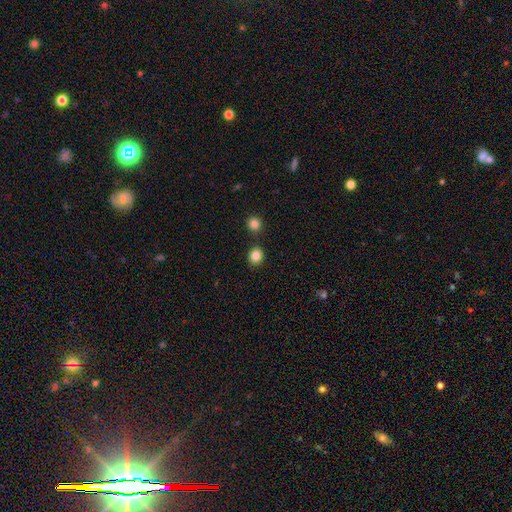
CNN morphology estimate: Smooth or featured?
  - smooth: 85% *
  - star or artifact: 10%
  - featured or disk: 5%
How rounded?
  - round: 78% *
  - in between: 22%
  - cigar-shaped: 1%
Merging?
  - none: 85% *
  - minor disturbance: 7%
  - merger: 6%
  - major disturbance: 2%